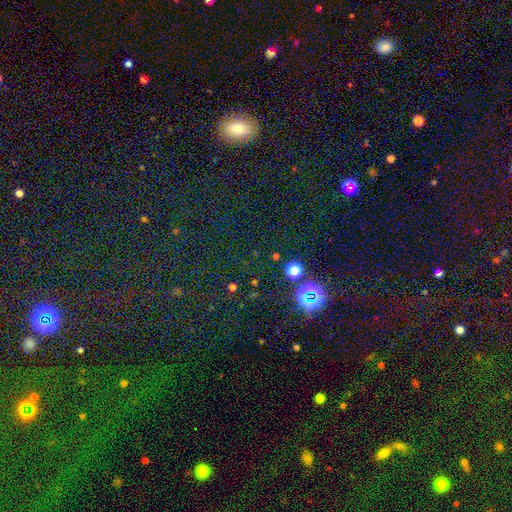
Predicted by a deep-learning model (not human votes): Morphology: type=star or artifact (66%).